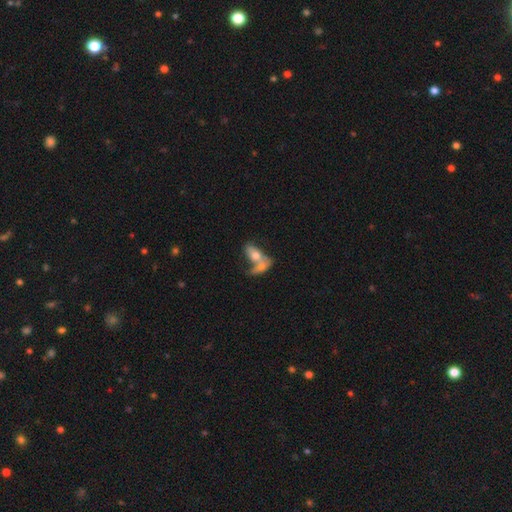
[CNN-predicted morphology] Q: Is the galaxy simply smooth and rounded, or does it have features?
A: smooth — 55%.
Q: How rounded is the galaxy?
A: in between — 82%.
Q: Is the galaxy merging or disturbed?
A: merger — 71%.